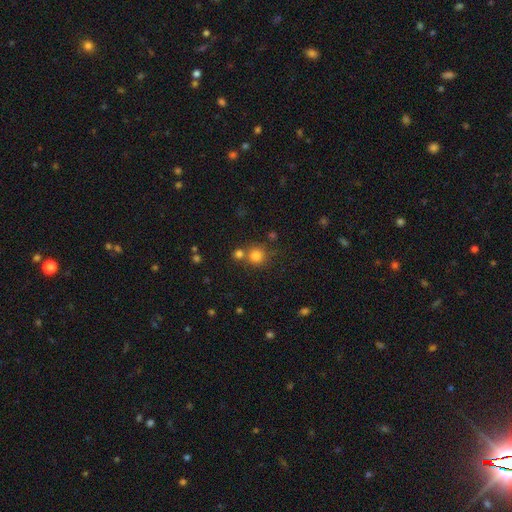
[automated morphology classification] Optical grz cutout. It shows a smooth galaxy with no disk features (80%) that is round (91%). Merging: none (63%).